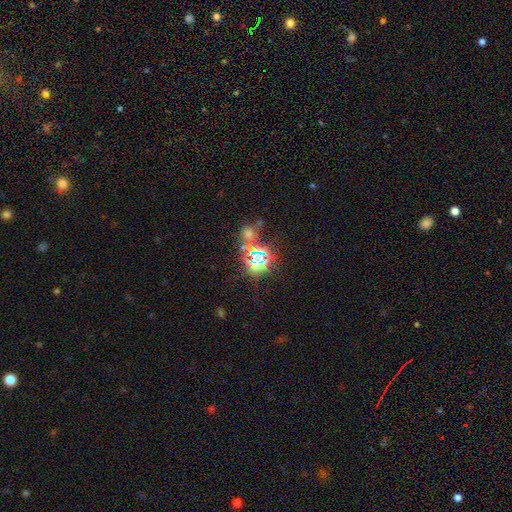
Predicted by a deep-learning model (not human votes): Overall: smooth (50%; star or artifact 39%). Merging: none (56%; merger 23%).